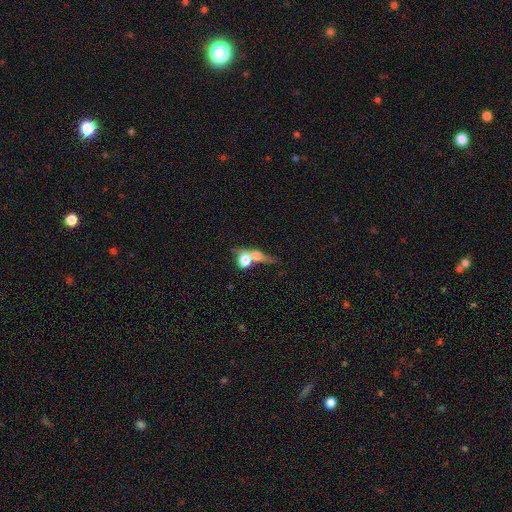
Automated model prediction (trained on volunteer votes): A smooth galaxy with no disk features (57%) that is round (50%). Merging: merger (54%).